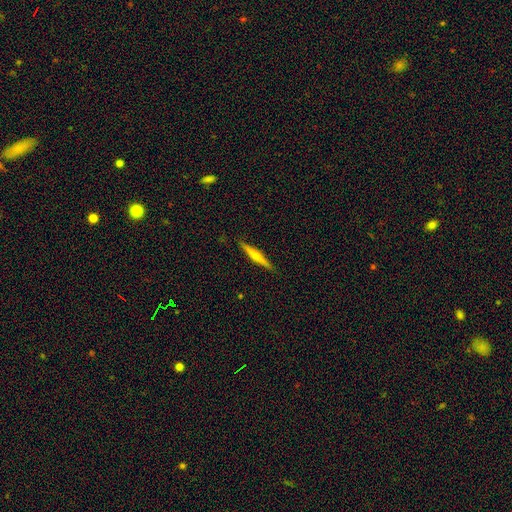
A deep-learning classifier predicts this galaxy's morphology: Smooth or featured? Predicted: featured or disk (p=0.54). Edge-on disk? Predicted: yes (p=0.97). Edge-on bulge? Predicted: rounded (p=0.67). Merging? Predicted: none (p=0.91).